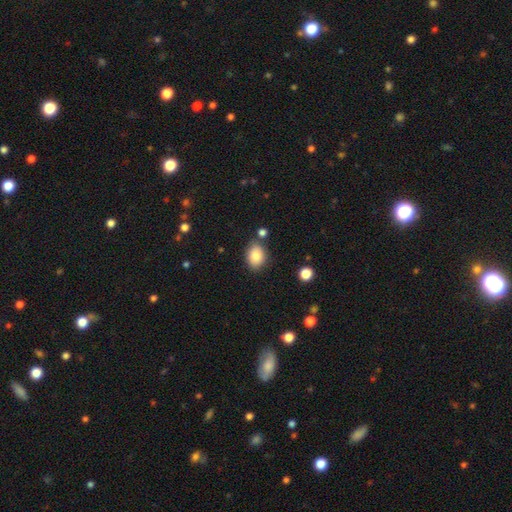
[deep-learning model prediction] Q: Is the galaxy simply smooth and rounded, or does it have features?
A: smooth — 84%.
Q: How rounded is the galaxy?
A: in between — 74%.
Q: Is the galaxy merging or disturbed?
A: none — 77%.